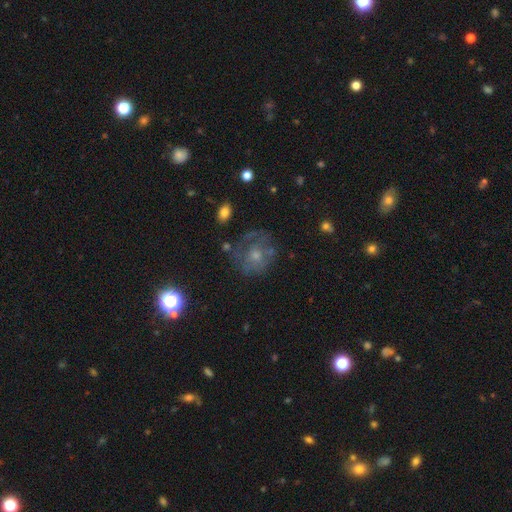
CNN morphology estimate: This is possibly a featured or disk galaxy (50%). It is clearly not viewed edge-on (97%). Merging: possibly none (57%).